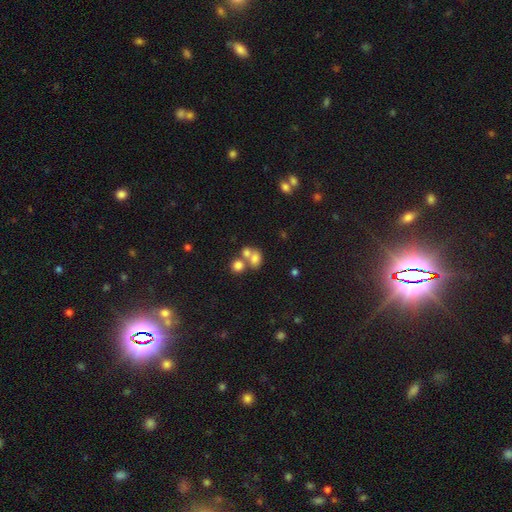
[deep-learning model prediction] This appears to be a star or artifact, not a galaxy (57%).